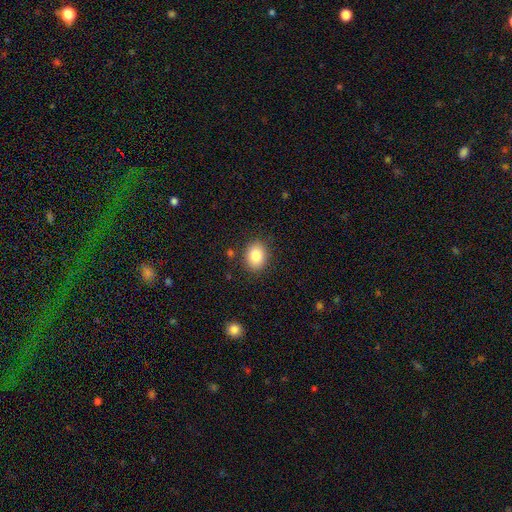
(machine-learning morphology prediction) Q: Smooth or featured?
A: smooth (84%); runner-up: star or artifact (8%)
Q: How rounded?
A: in between (54%); runner-up: round (45%)
Q: Merging?
A: none (86%); runner-up: minor disturbance (10%)